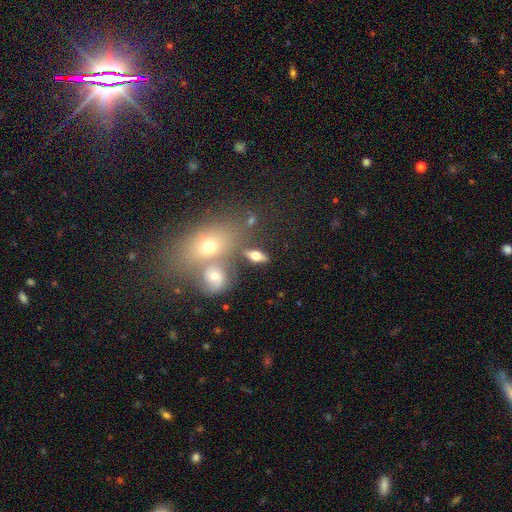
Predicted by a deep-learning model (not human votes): Morphology: type=smooth (52%); roundness=in between (68%); merging=none (67%).